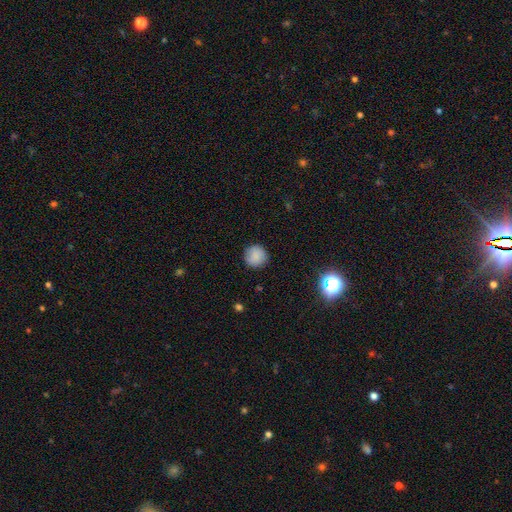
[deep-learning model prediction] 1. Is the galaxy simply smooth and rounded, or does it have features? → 83% smooth, 9% star or artifact, 8% featured or disk.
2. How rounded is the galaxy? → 94% round, 5% in between, 1% cigar-shaped.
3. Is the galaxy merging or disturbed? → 87% none, 9% minor disturbance, 2% major disturbance, 1% merger.